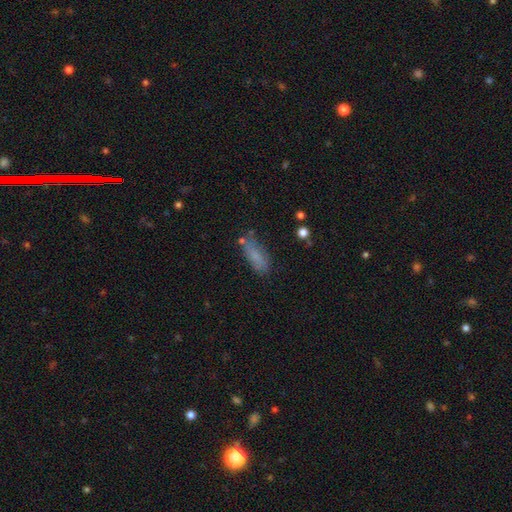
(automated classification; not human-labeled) smooth-or-featured: smooth: 72% | featured or disk: 18% | star or artifact: 10%
  how-rounded: in between: 68% | cigar-shaped: 30% | round: 3%
  merging: none: 65% | minor disturbance: 22% | major disturbance: 7% | merger: 6%